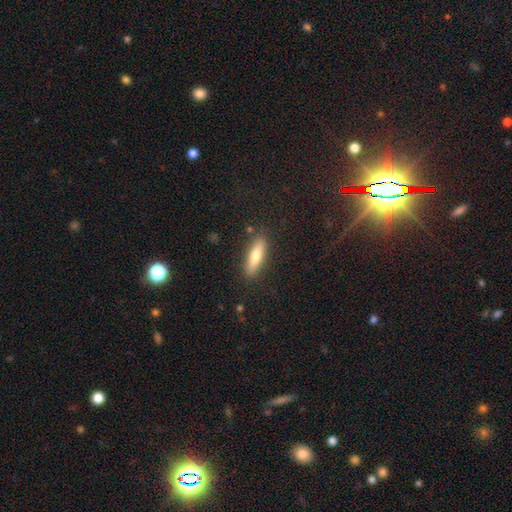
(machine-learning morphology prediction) smooth-or-featured: smooth: 66% | featured or disk: 28% | star or artifact: 6%
  how-rounded: cigar-shaped: 64% | in between: 34% | round: 2%
  merging: none: 87% | minor disturbance: 9% | major disturbance: 2% | merger: 2%